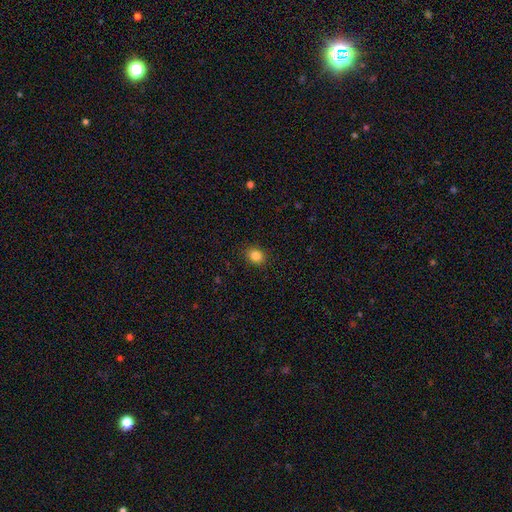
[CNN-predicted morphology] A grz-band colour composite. It shows a smooth galaxy with no disk features (84%) that is round (58%). Merging: none (89%).